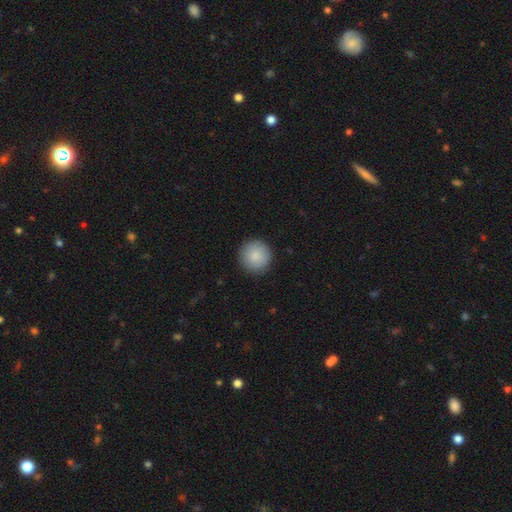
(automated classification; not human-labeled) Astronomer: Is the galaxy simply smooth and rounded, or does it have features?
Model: smooth — 88%.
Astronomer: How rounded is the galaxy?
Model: round — 95%.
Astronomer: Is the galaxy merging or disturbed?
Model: none — 91%.